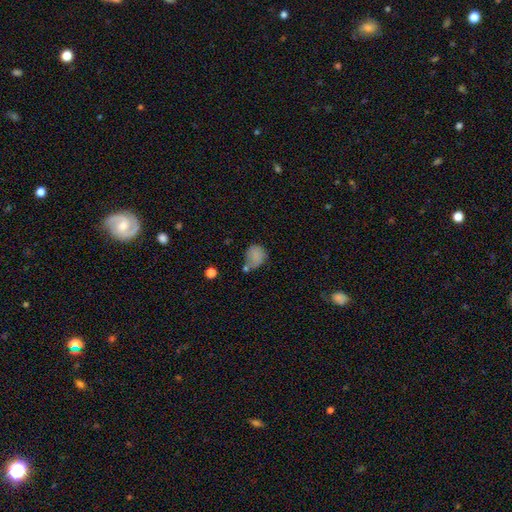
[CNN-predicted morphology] smooth 78%, star or artifact 11%, featured or disk 11%. Down the decision tree: how rounded — round (58%); merging — none (40%).